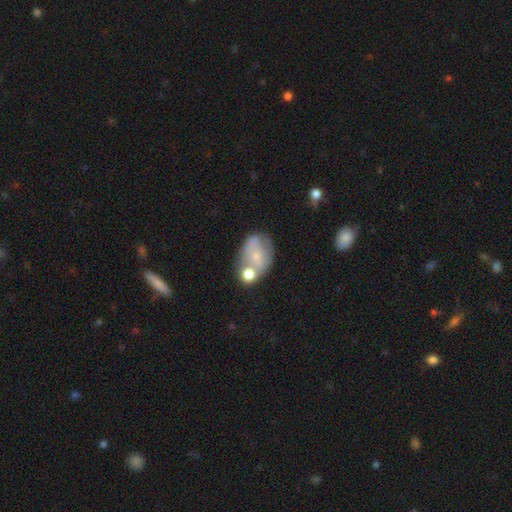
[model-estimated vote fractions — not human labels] smooth 52%, featured or disk 38%, star or artifact 10%. Down the decision tree: how rounded — in between (73%); merging — none (39%).